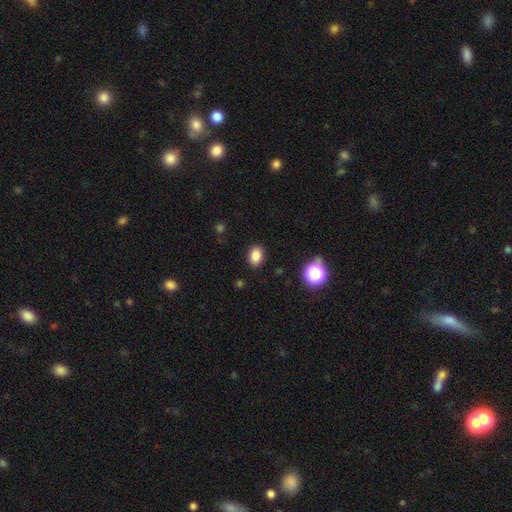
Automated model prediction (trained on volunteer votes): Overall: smooth (84%). How rounded: in between (73%). Merging: none (88%).